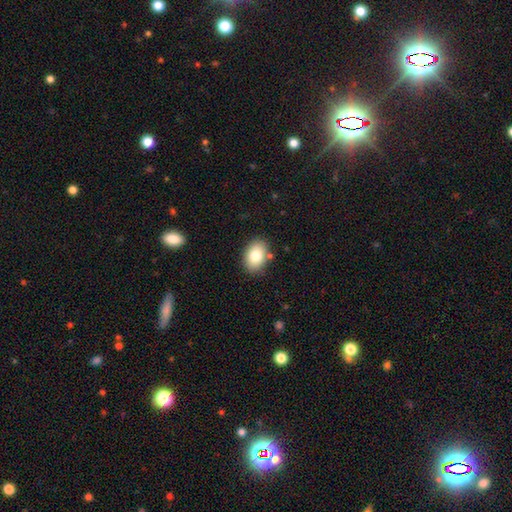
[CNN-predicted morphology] Q: Smooth or featured?
A: smooth (80%); runner-up: featured or disk (12%)
Q: How rounded?
A: in between (82%); runner-up: round (17%)
Q: Merging?
A: none (83%); runner-up: minor disturbance (11%)